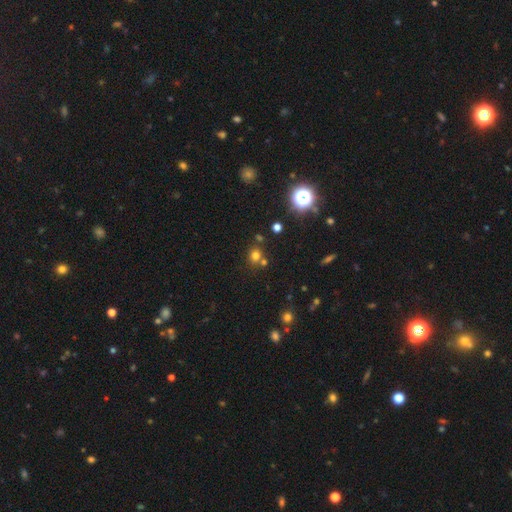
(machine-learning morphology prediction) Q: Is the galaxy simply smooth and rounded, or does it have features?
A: smooth — 69%.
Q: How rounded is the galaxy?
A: round — 80%.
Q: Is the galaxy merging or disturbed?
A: none — 69%.